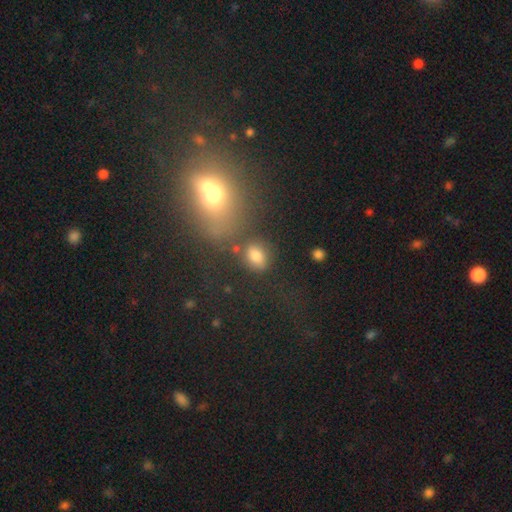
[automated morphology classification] This appears to be a smooth galaxy with no disk features (76%) that is in between round and cigar-shaped (63%). Merging: none (69%).